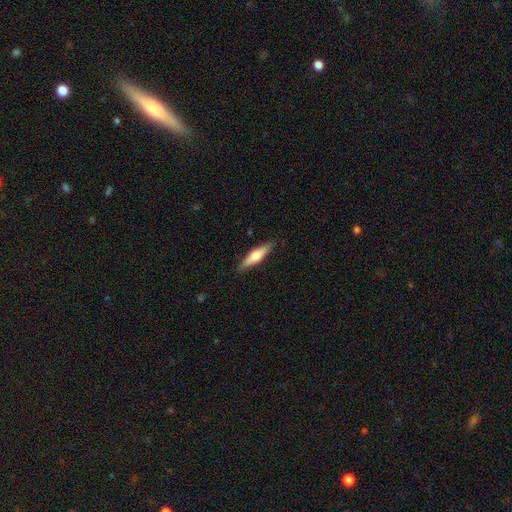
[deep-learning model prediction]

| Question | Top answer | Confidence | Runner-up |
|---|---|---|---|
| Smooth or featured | smooth | 52% | featured or disk (42%) |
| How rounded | cigar-shaped | 72% | in between (26%) |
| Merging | none | 88% | minor disturbance (9%) |